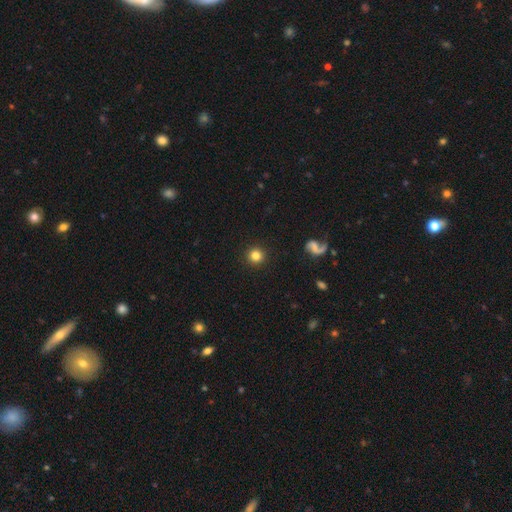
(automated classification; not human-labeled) Smooth or featured?
  - smooth: 82% *
  - star or artifact: 11%
  - featured or disk: 8%
How rounded?
  - round: 96% *
  - in between: 3%
  - cigar-shaped: 1%
Merging?
  - none: 93% *
  - minor disturbance: 4%
  - major disturbance: 2%
  - merger: 1%